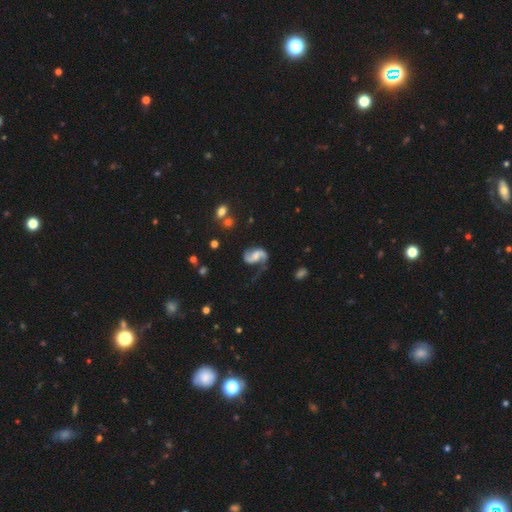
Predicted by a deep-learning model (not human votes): Smooth or featured?
  - featured or disk: 86% *
  - smooth: 8%
  - star or artifact: 6%
Edge-on disk?
  - no: 98% *
  - yes: 2%
Bar?
  - weak: 42% *
  - no: 41%
  - strong: 17%
Spiral arms?
  - yes: 97% *
  - no: 3%
Spiral winding?
  - loose: 48% *
  - medium: 42%
  - tight: 10%
Spiral arm count?
  - 2: 89% *
  - 1: 6%
  - can't tell: 2%
  - 3: 1%
  - 4: 1%
  - more than 4: 1%
Bulge size?
  - moderate: 35% *
  - small: 28%
  - none: 23%
  - large: 12%
  - dominant: 2%
Merging?
  - none: 59% *
  - minor disturbance: 20%
  - major disturbance: 17%
  - merger: 4%